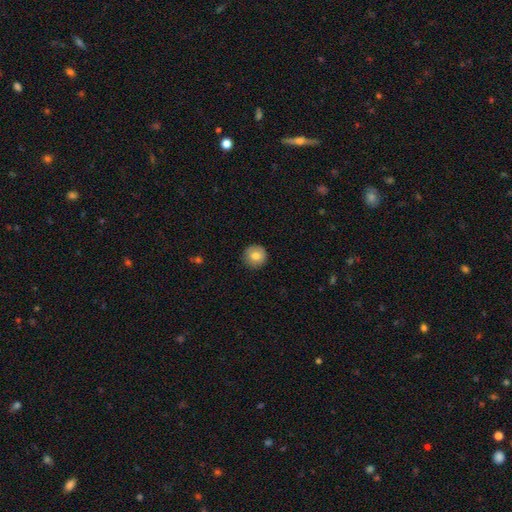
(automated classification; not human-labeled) A smooth galaxy with no disk features (81%) that is round (95%).

Vote fractions:
- Smooth or featured? smooth: 81% / featured or disk: 10% / star or artifact: 8%
- How rounded? round: 95% / in between: 4% / cigar-shaped: 1%
- Merging? none: 90% / minor disturbance: 8% / major disturbance: 2% / merger: 1%